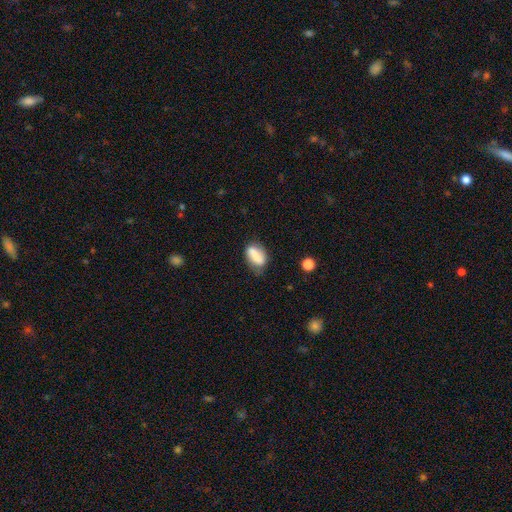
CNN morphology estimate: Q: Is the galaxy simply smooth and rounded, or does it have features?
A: smooth — 73%.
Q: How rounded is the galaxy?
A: in between — 84%.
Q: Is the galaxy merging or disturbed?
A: none — 60%.